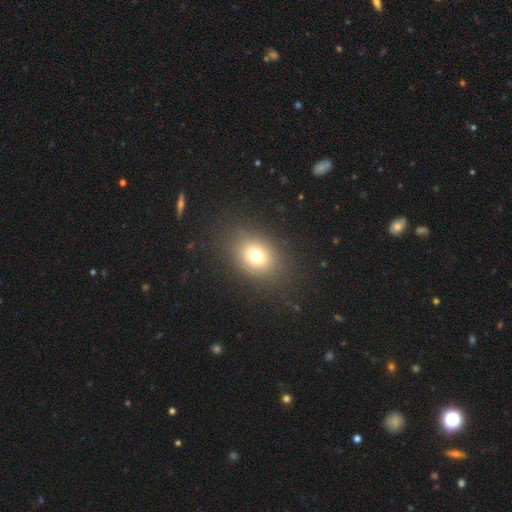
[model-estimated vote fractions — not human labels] Smooth or featured? smooth (72%)
How rounded? in between (54%)
Merging? none (84%)